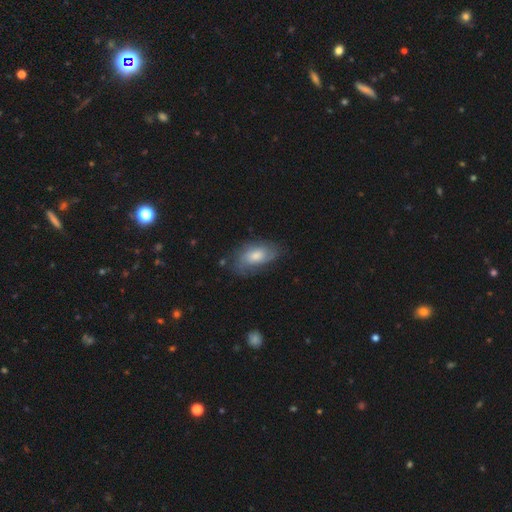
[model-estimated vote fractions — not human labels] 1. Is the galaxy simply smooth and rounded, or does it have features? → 47% featured or disk, 46% smooth, 7% star or artifact.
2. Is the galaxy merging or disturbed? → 62% none, 25% minor disturbance, 11% major disturbance, 2% merger.